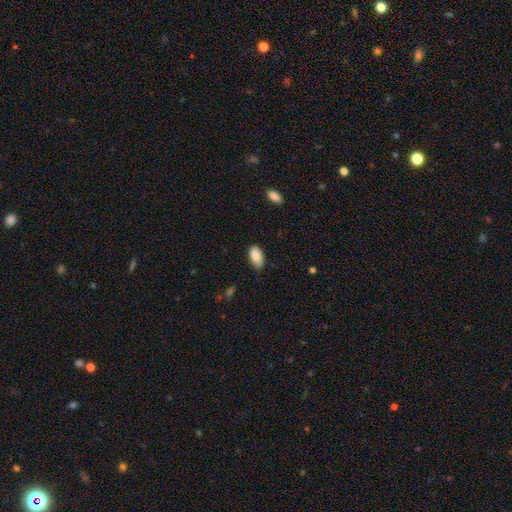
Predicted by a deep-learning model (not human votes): Smooth or featured: smooth — 87% (star or artifact — 7%)
How rounded: in between — 94% (cigar-shaped — 3%)
Merging: none — 76% (minor disturbance — 20%)